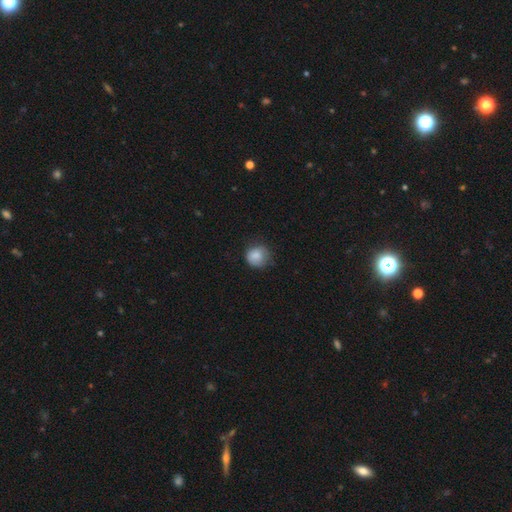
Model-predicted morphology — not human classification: type=smooth (84%); roundness=round (87%); merging=none (68%).